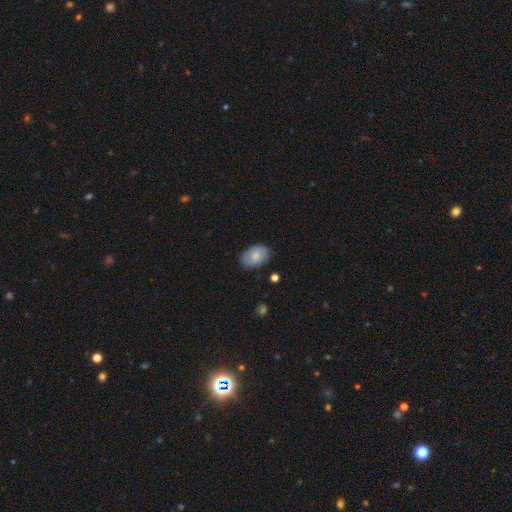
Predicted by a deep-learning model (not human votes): A smooth galaxy with no disk features (78%) that is in between round and cigar-shaped (82%).

Vote fractions:
- Smooth or featured? smooth: 78% / featured or disk: 15% / star or artifact: 7%
- How rounded? in between: 82% / round: 17% / cigar-shaped: 1%
- Merging? none: 80% / minor disturbance: 15% / major disturbance: 3% / merger: 1%